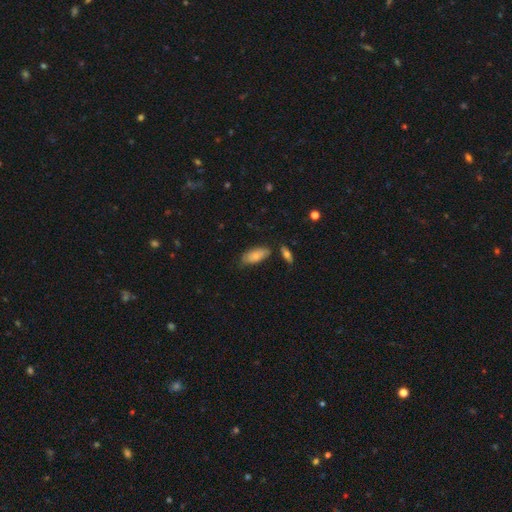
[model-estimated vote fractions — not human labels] A smooth galaxy with no disk features (77%) that is in between round and cigar-shaped (87%). Merging: none (69%).